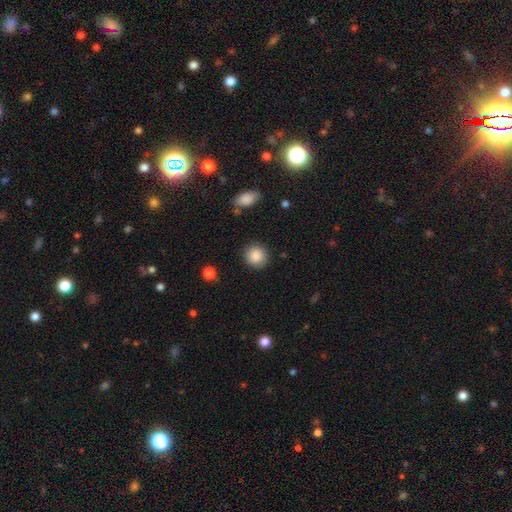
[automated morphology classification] This is clearly a smooth galaxy (87%). How rounded: clearly round (88%). Merging: clearly none (89%).